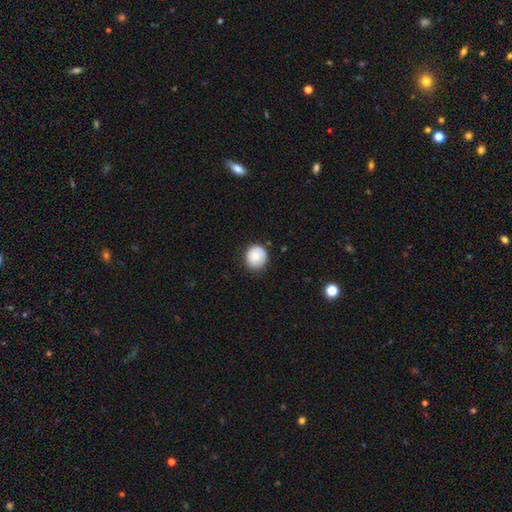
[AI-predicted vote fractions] This is likely a smooth galaxy (78%). How rounded: clearly round (90%). Merging: clearly none (82%).